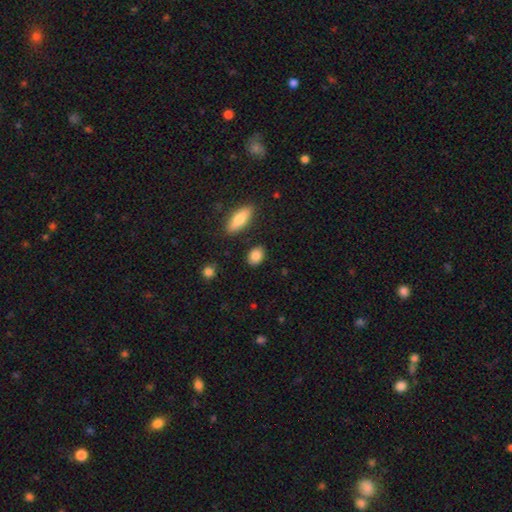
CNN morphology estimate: Smooth or featured? Predicted: smooth (p=0.87). How rounded? Predicted: in between (p=0.72). Merging? Predicted: none (p=0.86).